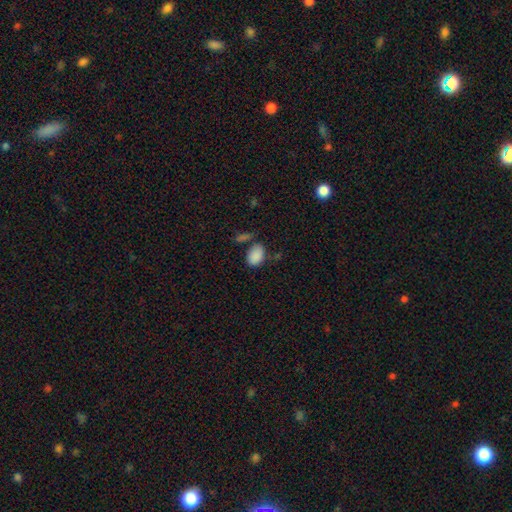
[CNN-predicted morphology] Q: Smooth or featured?
A: smooth (88%); runner-up: star or artifact (8%)
Q: How rounded?
A: in between (85%); runner-up: round (14%)
Q: Merging?
A: none (60%); runner-up: minor disturbance (21%)